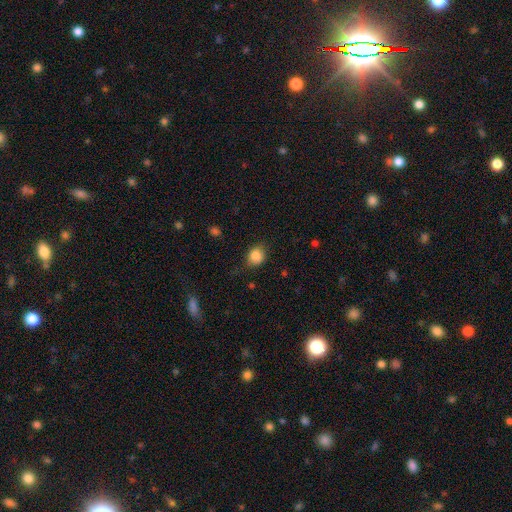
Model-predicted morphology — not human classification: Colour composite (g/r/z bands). It shows a smooth galaxy with no disk features (85%) that is round (65%). Merging: none (70%).